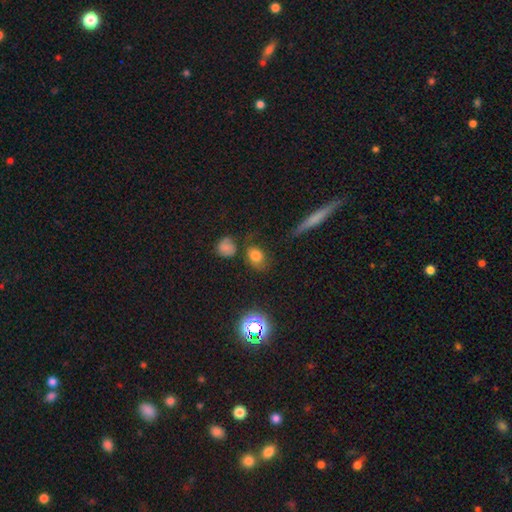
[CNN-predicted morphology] The model was most divided on "how rounded": in between: 65%, round: 32%, cigar-shaped: 2%. More confident: smooth or featured — smooth (76%); merging — none (66%).